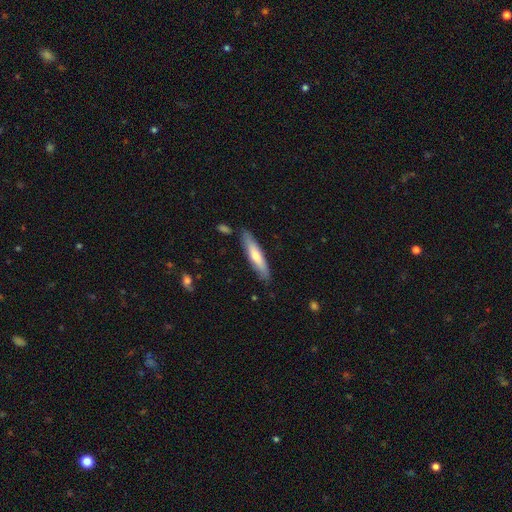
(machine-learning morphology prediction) type=smooth (60%); roundness=cigar-shaped (84%); merging=none (84%).